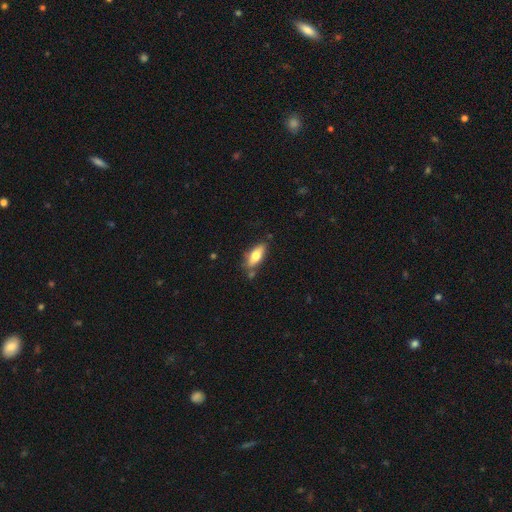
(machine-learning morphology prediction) type=smooth (68%); roundness=in between (72%); merging=none (72%).